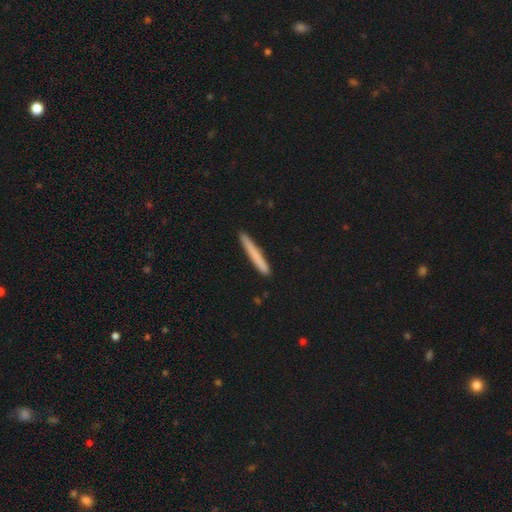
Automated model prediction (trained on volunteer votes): Morphology: type=smooth (74%); roundness=cigar-shaped (97%); merging=none (91%).